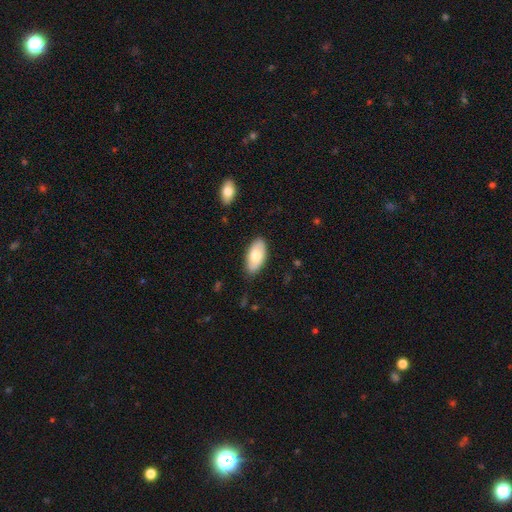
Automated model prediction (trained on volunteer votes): Smooth or featured: smooth — 71% (featured or disk — 24%)
How rounded: in between — 94% (cigar-shaped — 3%)
Merging: none — 83% (minor disturbance — 13%)